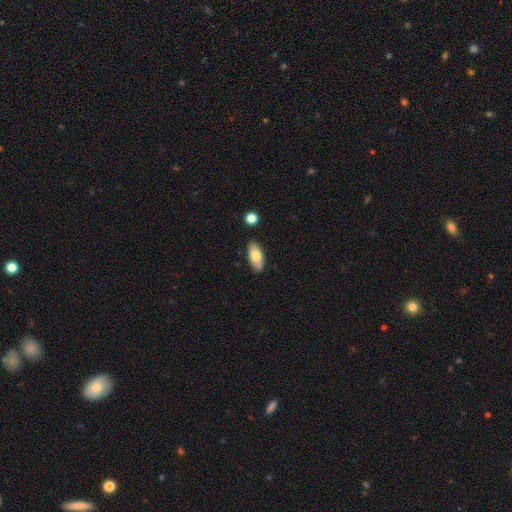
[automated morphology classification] Smooth or featured?
  - smooth: 69% *
  - featured or disk: 25%
  - star or artifact: 6%
How rounded?
  - in between: 87% *
  - cigar-shaped: 11%
  - round: 3%
Merging?
  - none: 85% *
  - minor disturbance: 10%
  - merger: 3%
  - major disturbance: 2%